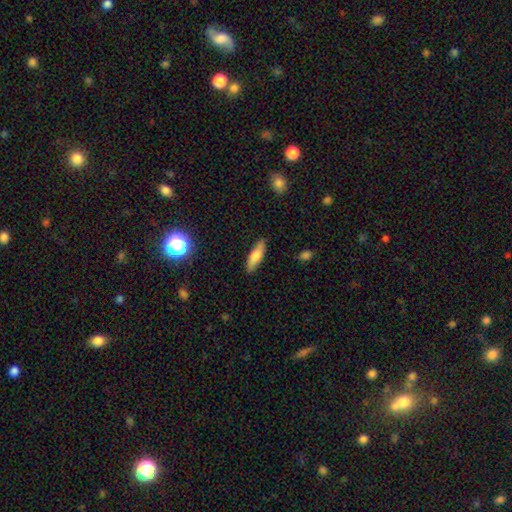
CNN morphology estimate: Smooth or featured?
  - smooth: 74% *
  - featured or disk: 19%
  - star or artifact: 7%
How rounded?
  - cigar-shaped: 54% *
  - in between: 44%
  - round: 2%
Merging?
  - none: 86% *
  - minor disturbance: 11%
  - major disturbance: 2%
  - merger: 1%